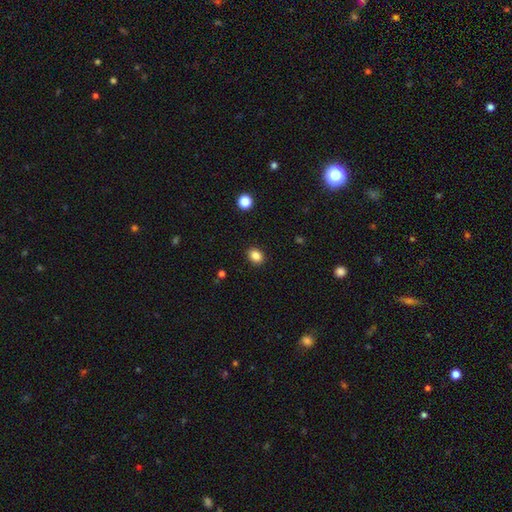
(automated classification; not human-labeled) This is clearly a smooth galaxy (86%). How rounded: possibly in between (54%). Merging: clearly none (90%).